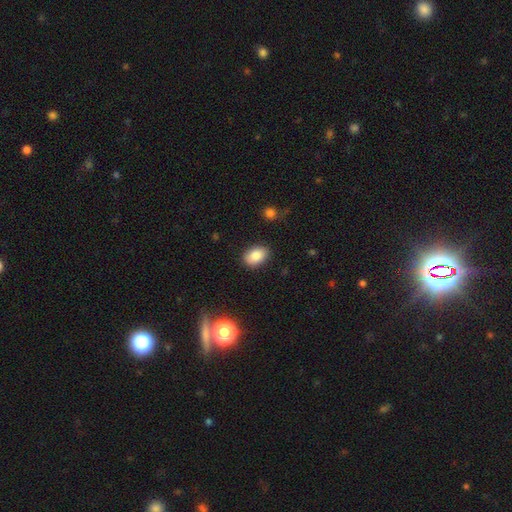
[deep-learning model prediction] Overall: smooth (83%). How rounded: in between (82%). Merging: none (88%).